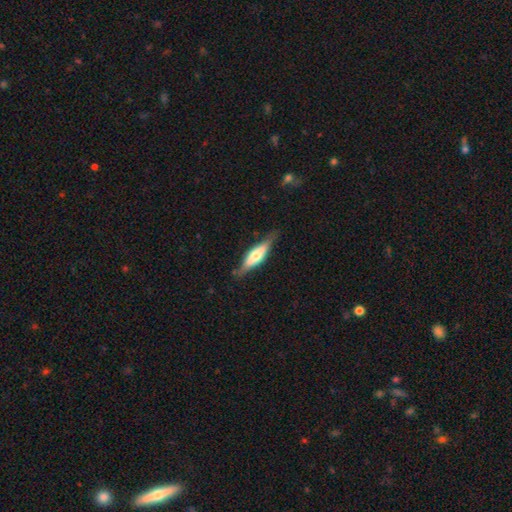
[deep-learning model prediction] A featured or disk galaxy (53%) viewed edge-on (90%).

Vote fractions:
- Smooth or featured? featured or disk: 53% / smooth: 41% / star or artifact: 6%
- Edge-on disk? yes: 90% / no: 10%
- Merging? none: 79% / minor disturbance: 16% / major disturbance: 4% / merger: 2%